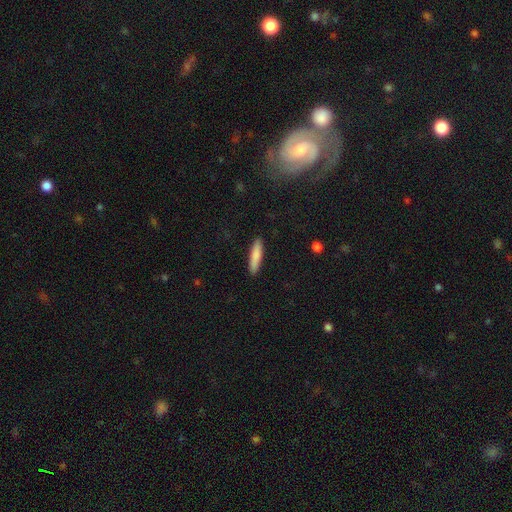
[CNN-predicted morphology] smooth_or_featured: smooth (p=0.83) [alt: featured or disk p=0.11]
how_rounded: cigar-shaped (p=0.84) [alt: in between p=0.15]
merging: none (p=0.91) [alt: minor disturbance p=0.06]